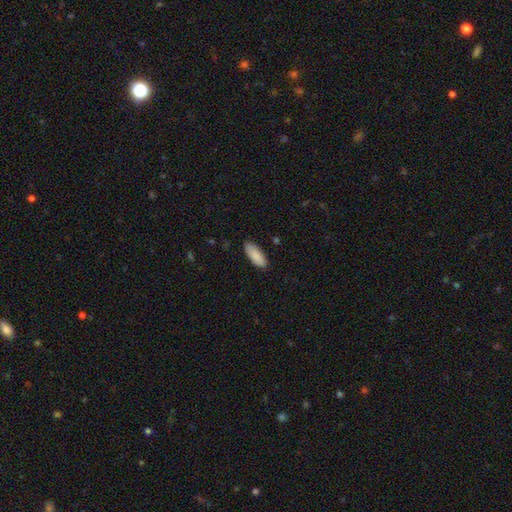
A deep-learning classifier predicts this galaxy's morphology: Smooth or featured? Predicted: smooth (p=0.89). How rounded? Predicted: in between (p=0.80). Merging? Predicted: none (p=0.86).